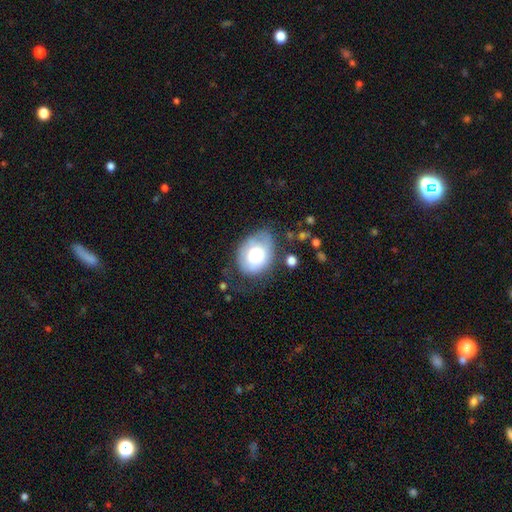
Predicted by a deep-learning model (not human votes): Morphology: type=smooth (65%); roundness=in between (57%); merging=none (50%).